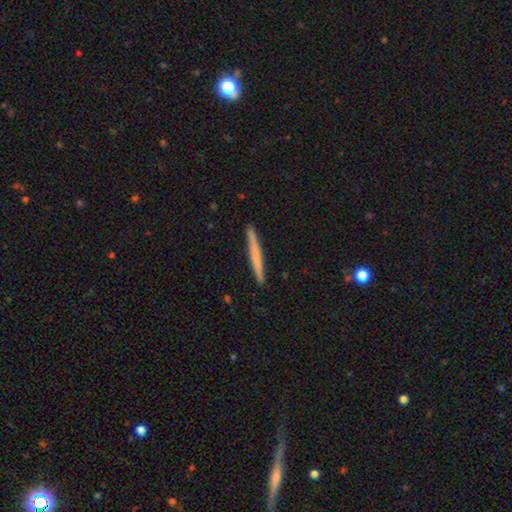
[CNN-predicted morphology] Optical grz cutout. It shows a smooth galaxy with no disk features (58%) that is cigar-shaped (97%). Merging: none (92%).